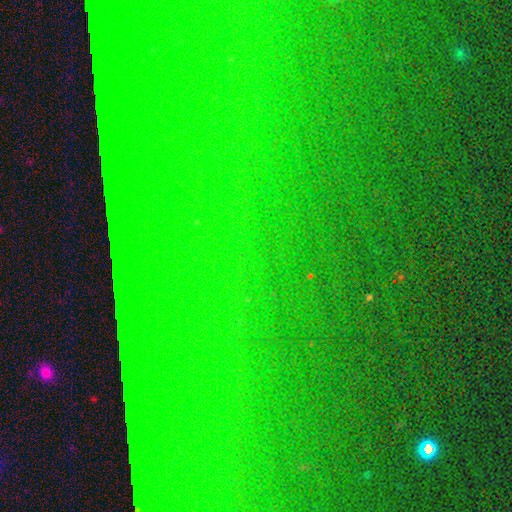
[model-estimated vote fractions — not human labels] A star or artifact, not a galaxy (83%).

Vote fractions:
- Smooth or featured? star or artifact: 83% / smooth: 9% / featured or disk: 7%